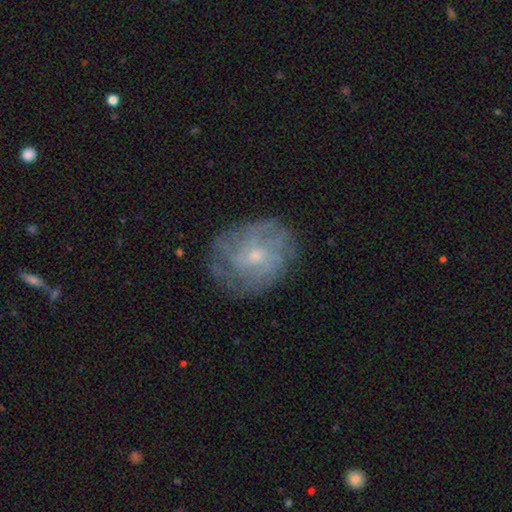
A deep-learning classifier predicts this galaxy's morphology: Smooth or featured? Predicted: featured or disk (p=0.68). Edge-on disk? Predicted: no (p=0.97). Bar? Predicted: no (p=0.71). Spiral arms? Predicted: yes (p=0.75). Bulge size? Predicted: small (p=0.71). Merging? Predicted: none (p=0.71).